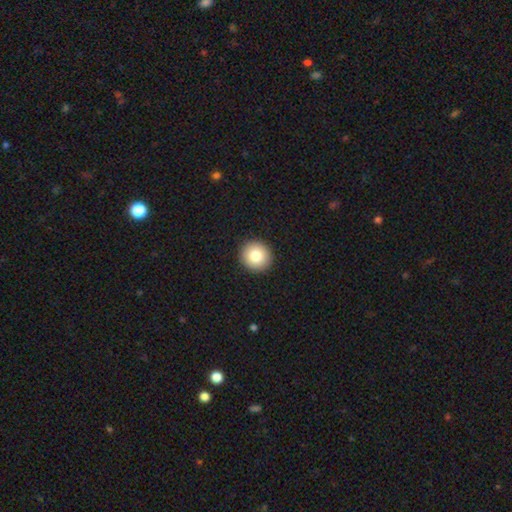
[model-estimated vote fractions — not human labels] Smooth or featured? smooth (82%)
How rounded? round (94%)
Merging? none (93%)